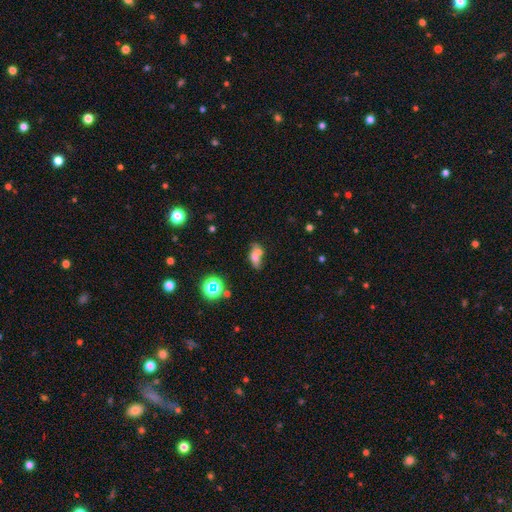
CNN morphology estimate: Q: Smooth or featured?
A: smooth (57%); runner-up: featured or disk (25%)
Q: How rounded?
A: in between (73%); runner-up: round (18%)
Q: Merging?
A: merger (47%); runner-up: none (31%)